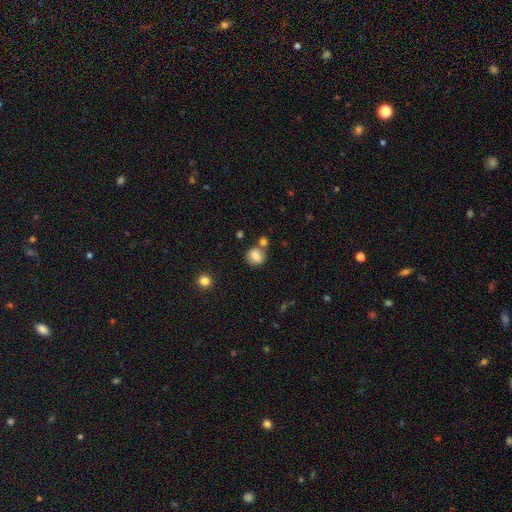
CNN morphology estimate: smooth_or_featured: smooth (p=0.79) [alt: featured or disk p=0.12]
how_rounded: round (p=0.71) [alt: in between p=0.28]
merging: none (p=0.61) [alt: merger p=0.22]